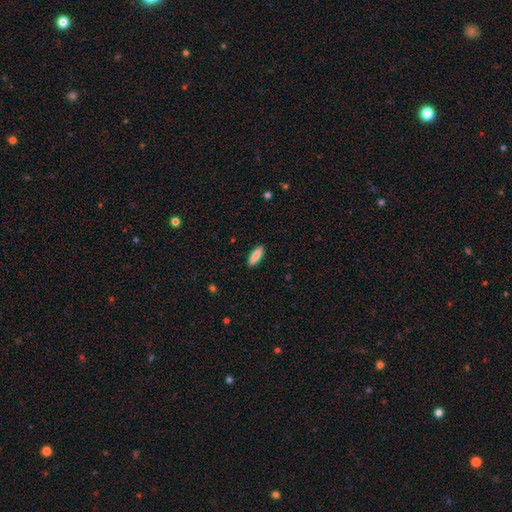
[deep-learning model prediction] Smooth or featured? smooth (85%)
How rounded? in between (53%)
Merging? none (90%)